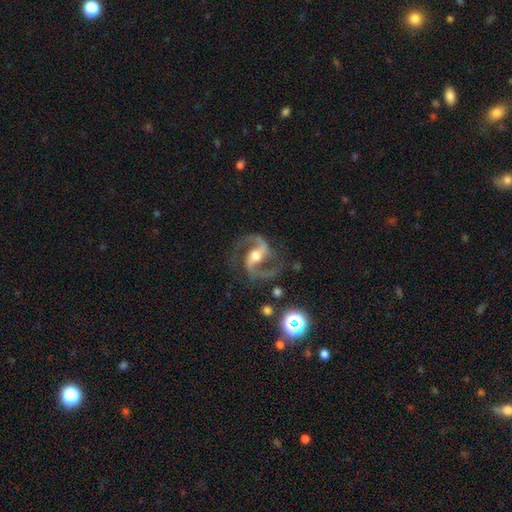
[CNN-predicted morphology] The model was most divided on "bar": strong: 42%, weak: 38%, no: 20%. More confident: spiral arms — yes (98%); edge-on disk — no (98%); spiral arm count — 2 (94%); smooth or featured — featured or disk (92%); merging — none (80%); spiral winding — medium (64%); bulge size — moderate (59%).